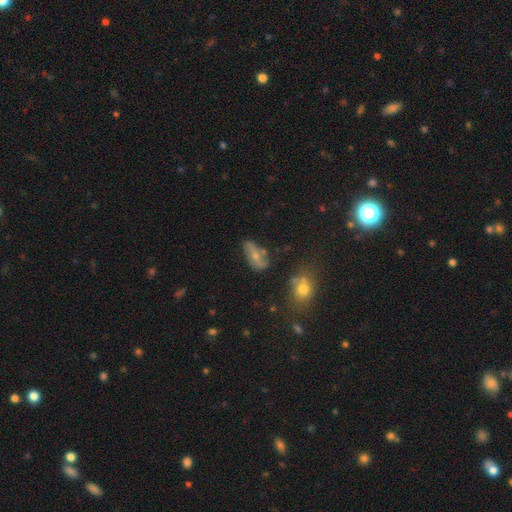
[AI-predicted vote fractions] Smooth or featured?
  - smooth: 50% *
  - featured or disk: 40%
  - star or artifact: 11%
Merging?
  - none: 56% *
  - minor disturbance: 24%
  - merger: 10%
  - major disturbance: 10%